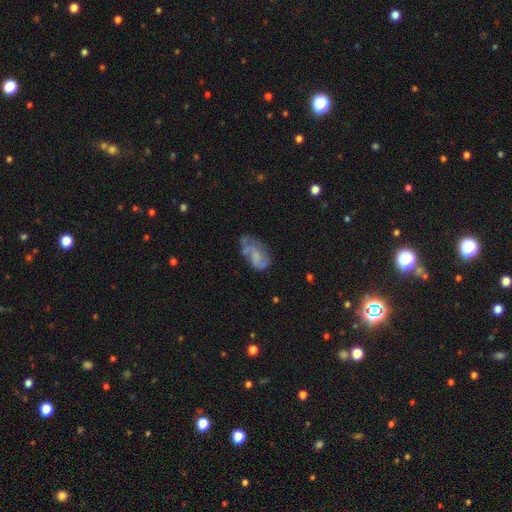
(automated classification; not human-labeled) Smooth or featured? Predicted: featured or disk (p=0.53). Edge-on disk? Predicted: no (p=0.96). Bar? Predicted: no (p=0.68). Spiral arms? Predicted: yes (p=0.60). Bulge size? Predicted: none (p=0.56). Merging? Predicted: none (p=0.40).